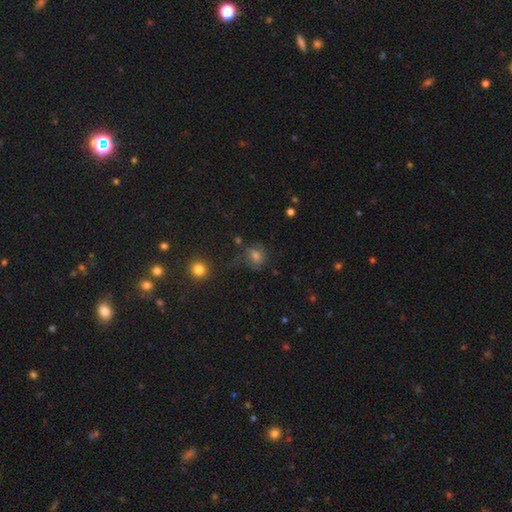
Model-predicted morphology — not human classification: A smooth galaxy with no disk features (51%) that is round (61%).

Vote fractions:
- Smooth or featured? smooth: 51% / featured or disk: 26% / star or artifact: 23%
- How rounded? round: 61% / in between: 38% / cigar-shaped: 1%
- Merging? none: 55% / minor disturbance: 22% / major disturbance: 18% / merger: 4%